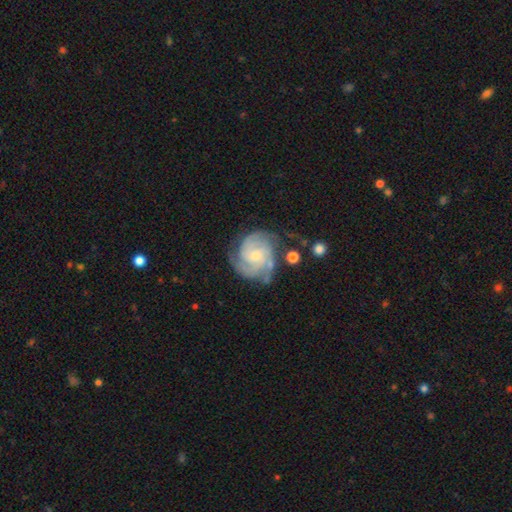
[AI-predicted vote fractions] This is clearly a featured or disk galaxy (87%). It is clearly not viewed edge-on (98%). Bar: likely no (63%). Spiral arm pattern: clearly yes (97%). Spiral arm count: marginally 3 (40%). Spiral winding: likely tight (64%). Central bulge: likely small (64%). Merging: likely none (68%).